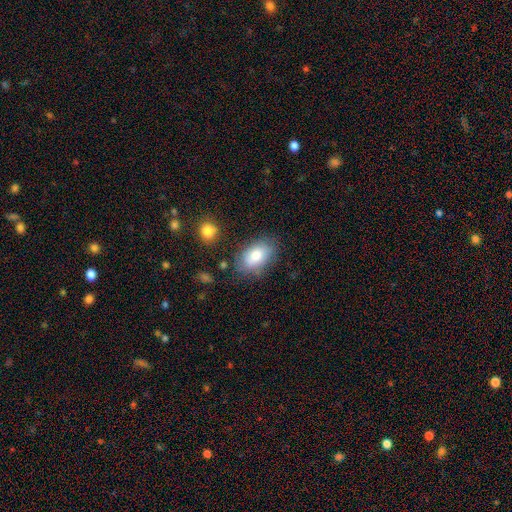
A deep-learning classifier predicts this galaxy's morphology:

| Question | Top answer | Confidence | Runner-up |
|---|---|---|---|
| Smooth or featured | smooth | 79% | featured or disk (13%) |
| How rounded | in between | 90% | round (9%) |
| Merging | none | 73% | minor disturbance (18%) |